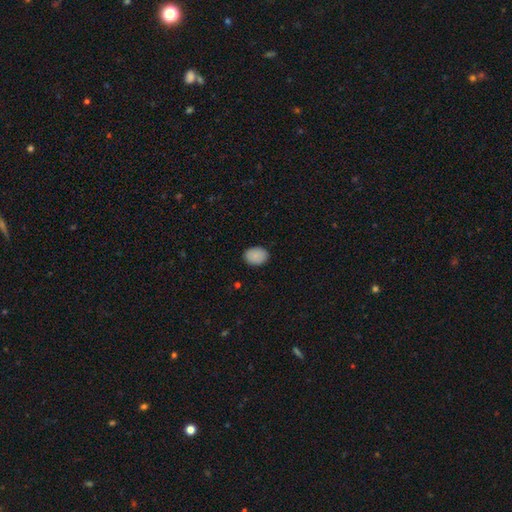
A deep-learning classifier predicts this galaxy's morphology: The model was most divided on "how rounded": in between: 68%, round: 31%, cigar-shaped: 1%. More confident: smooth or featured — smooth (89%); merging — none (88%).